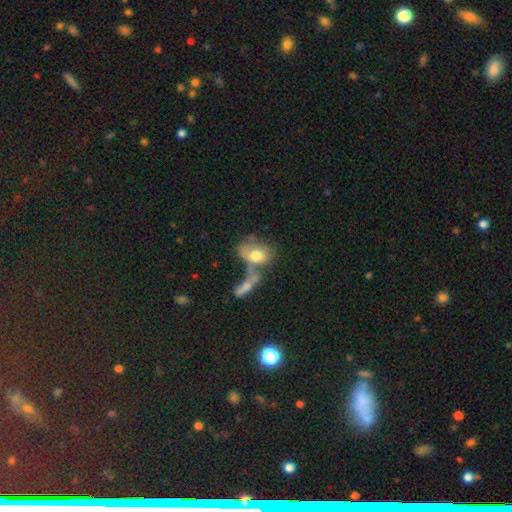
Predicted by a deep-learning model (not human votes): A smooth galaxy with no disk features (40%).

Vote fractions:
- Smooth or featured? smooth: 40% / star or artifact: 38% / featured or disk: 22%
- Merging? none: 43% / merger: 37% / minor disturbance: 12% / major disturbance: 9%